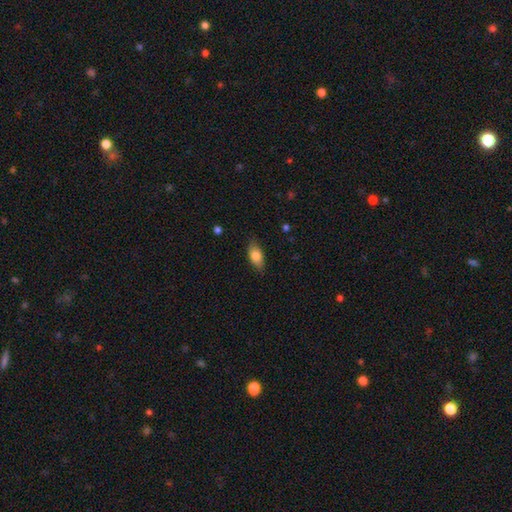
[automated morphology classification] smooth-or-featured: smooth: 78% | featured or disk: 15% | star or artifact: 7%
  how-rounded: in between: 85% | cigar-shaped: 9% | round: 6%
  merging: none: 82% | minor disturbance: 14% | major disturbance: 3% | merger: 1%